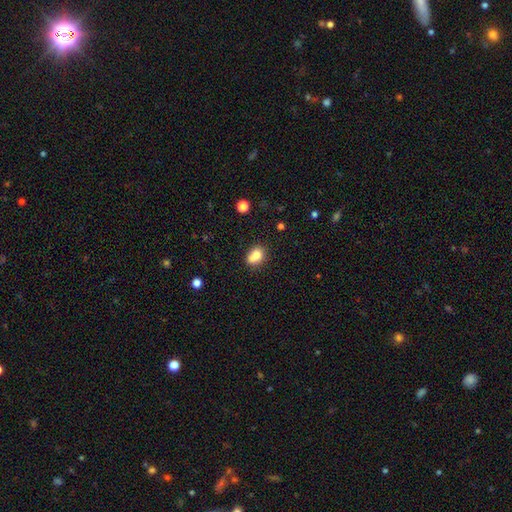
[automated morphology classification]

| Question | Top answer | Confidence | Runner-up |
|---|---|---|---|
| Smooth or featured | smooth | 76% | featured or disk (14%) |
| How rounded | in between | 61% | round (37%) |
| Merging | none | 45% | merger (32%) |